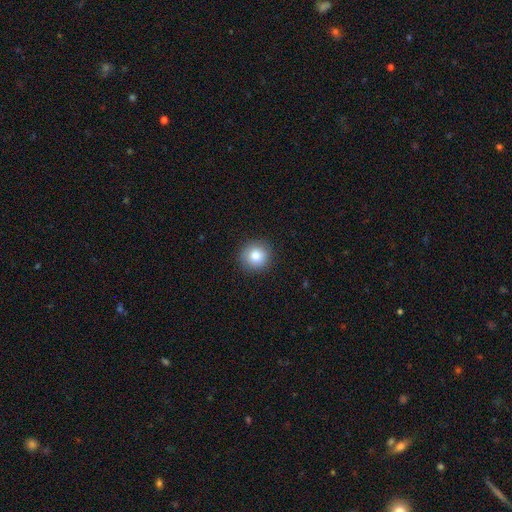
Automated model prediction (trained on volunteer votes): A smooth galaxy with no disk features (82%) that is round (93%).

Vote fractions:
- Smooth or featured? smooth: 82% / star or artifact: 10% / featured or disk: 8%
- How rounded? round: 93% / in between: 6% / cigar-shaped: 1%
- Merging? none: 91% / minor disturbance: 6% / major disturbance: 2% / merger: 1%